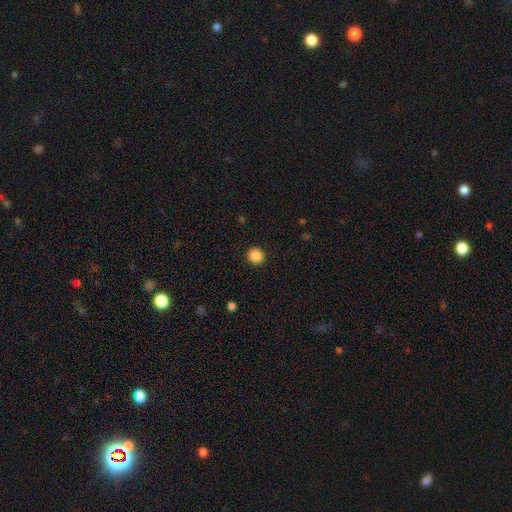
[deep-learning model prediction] Smooth or featured?
  - smooth: 87% *
  - star or artifact: 10%
  - featured or disk: 3%
How rounded?
  - round: 90% *
  - in between: 9%
  - cigar-shaped: 1%
Merging?
  - none: 92% *
  - minor disturbance: 5%
  - major disturbance: 2%
  - merger: 1%